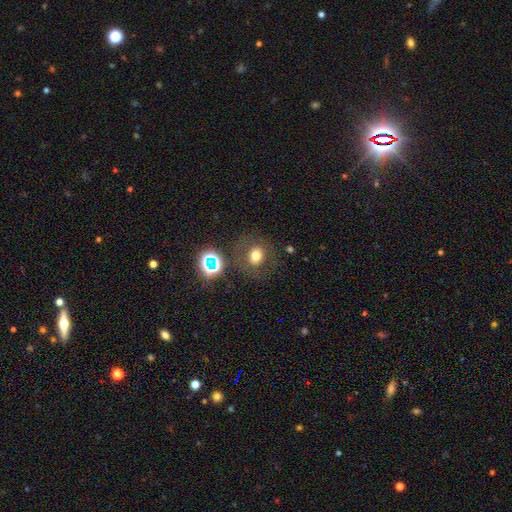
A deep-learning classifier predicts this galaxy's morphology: type=smooth (65%); roundness=round (74%); merging=none (77%).